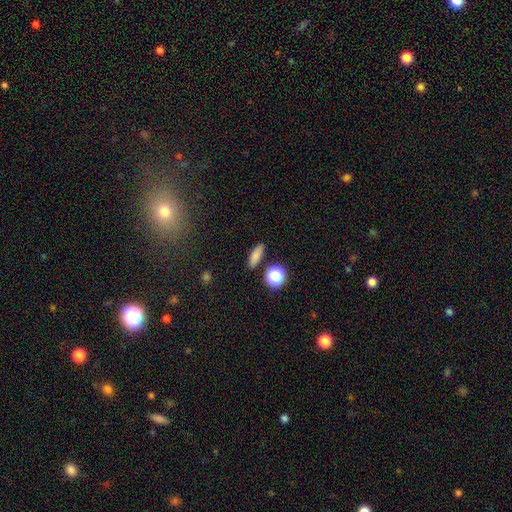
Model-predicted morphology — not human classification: Smooth or featured? Predicted: smooth (p=0.80). How rounded? Predicted: in between (p=0.47). Merging? Predicted: none (p=0.86).